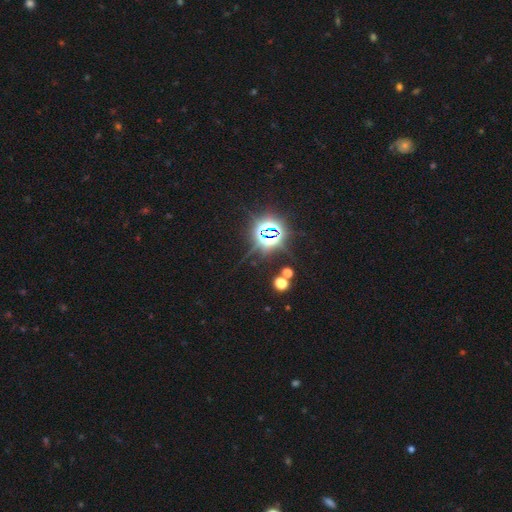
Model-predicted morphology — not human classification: This appears to be a star or artifact, not a galaxy (83%).